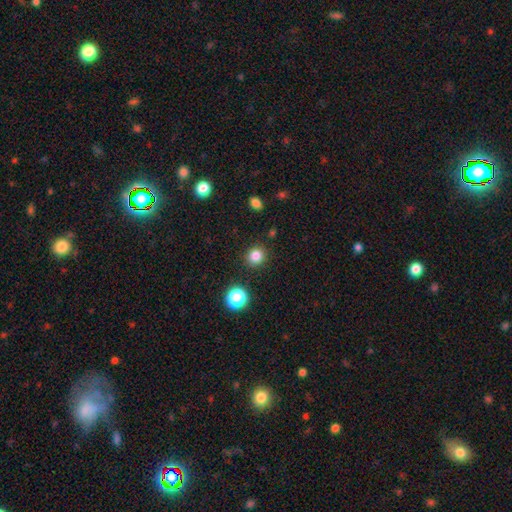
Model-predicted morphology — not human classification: Smooth or featured?
  - smooth: 82% *
  - star or artifact: 13%
  - featured or disk: 5%
How rounded?
  - round: 87% *
  - in between: 12%
  - cigar-shaped: 1%
Merging?
  - none: 89% *
  - minor disturbance: 6%
  - major disturbance: 2%
  - merger: 2%